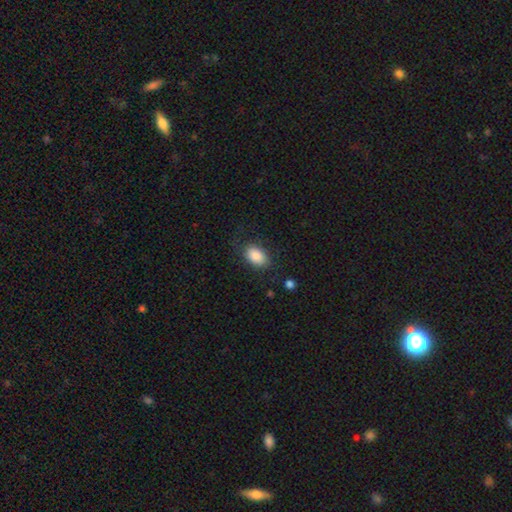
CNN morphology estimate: smooth 87%, star or artifact 7%, featured or disk 6%. Down the decision tree: how rounded — in between (89%); merging — none (74%).